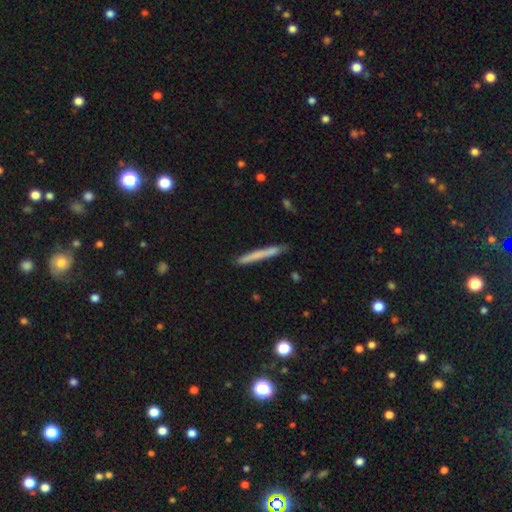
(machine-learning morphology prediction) Smooth or featured? smooth (71%)
How rounded? cigar-shaped (97%)
Merging? none (81%)